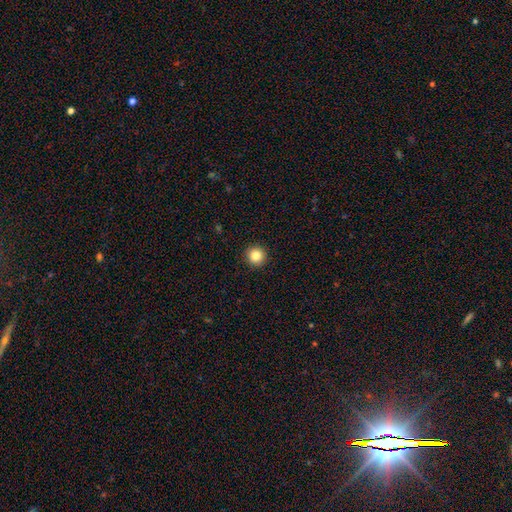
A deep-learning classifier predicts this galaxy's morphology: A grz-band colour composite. It shows a smooth galaxy with no disk features (85%) that is round (96%). Merging: none (94%).